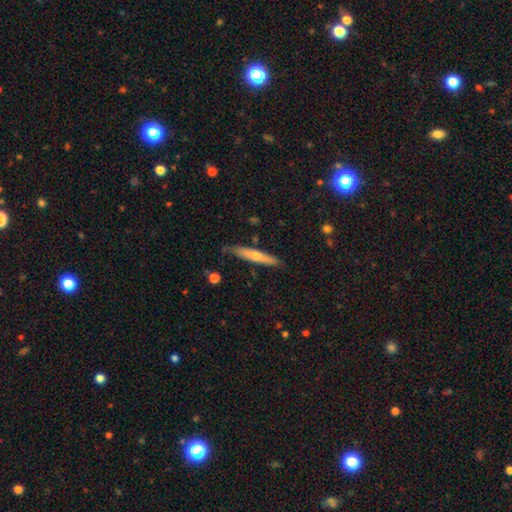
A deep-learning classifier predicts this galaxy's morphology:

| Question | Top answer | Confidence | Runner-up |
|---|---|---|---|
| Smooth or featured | featured or disk | 47% | tied: smooth (47%) |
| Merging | none | 82% | minor disturbance (14%) |